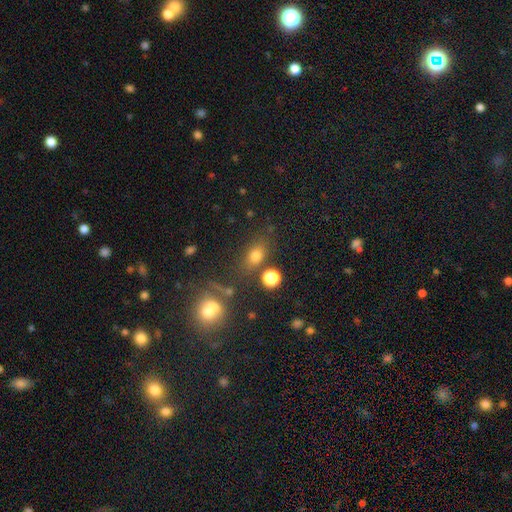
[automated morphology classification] A smooth galaxy with no disk features (71%) that is in between round and cigar-shaped (69%).

Vote fractions:
- Smooth or featured? smooth: 71% / star or artifact: 18% / featured or disk: 11%
- How rounded? in between: 69% / round: 27% / cigar-shaped: 4%
- Merging? none: 72% / minor disturbance: 13% / merger: 9% / major disturbance: 6%